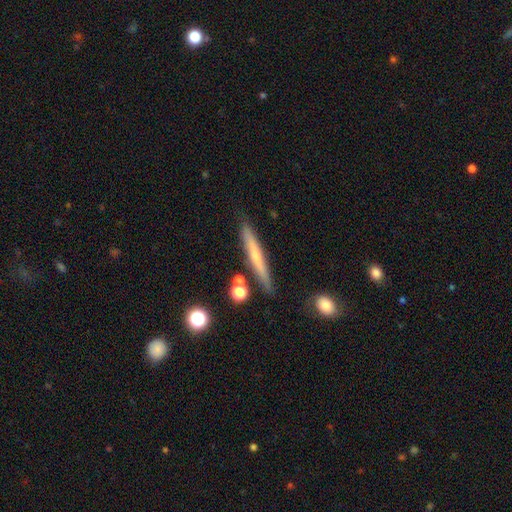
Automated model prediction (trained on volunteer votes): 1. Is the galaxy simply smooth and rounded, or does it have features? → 51% featured or disk, 42% smooth, 8% star or artifact.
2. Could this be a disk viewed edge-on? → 94% yes, 6% no.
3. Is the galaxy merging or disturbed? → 84% none, 10% minor disturbance, 4% merger, 2% major disturbance.